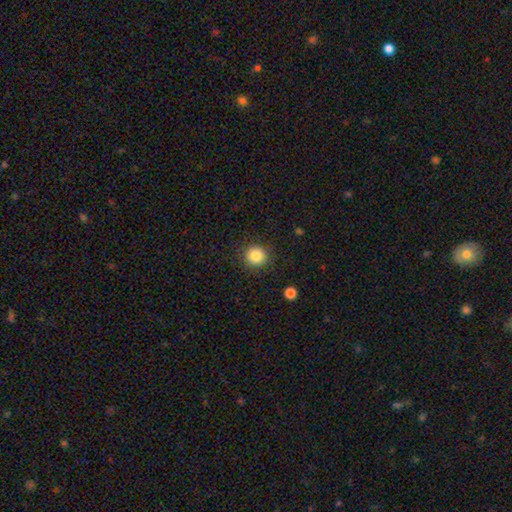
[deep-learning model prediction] The model was most divided on "smooth or featured": smooth: 85%, star or artifact: 10%, featured or disk: 5%. More confident: how rounded — round (93%); merging — none (90%).